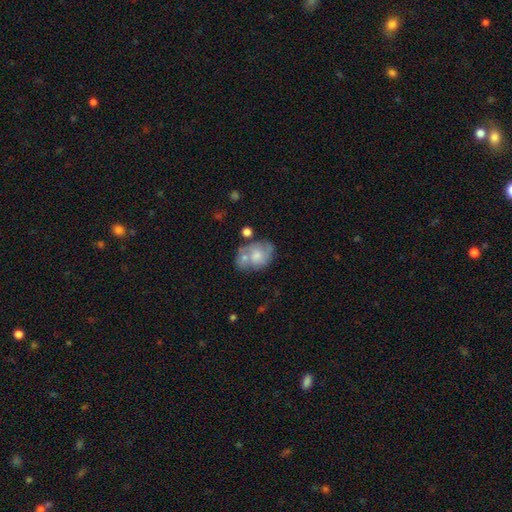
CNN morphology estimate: Smooth or featured: smooth — 53% (featured or disk — 40%)
How rounded: in between — 67% (round — 31%)
Merging: none — 36% (merger — 34%)